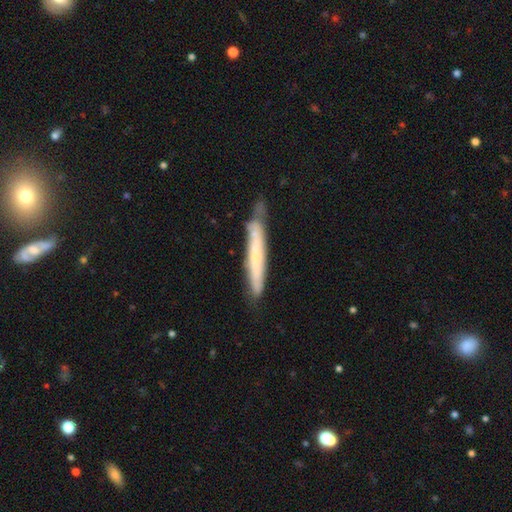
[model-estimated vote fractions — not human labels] Smooth or featured? smooth (47%, tied with featured or disk)
Merging? none (64%)